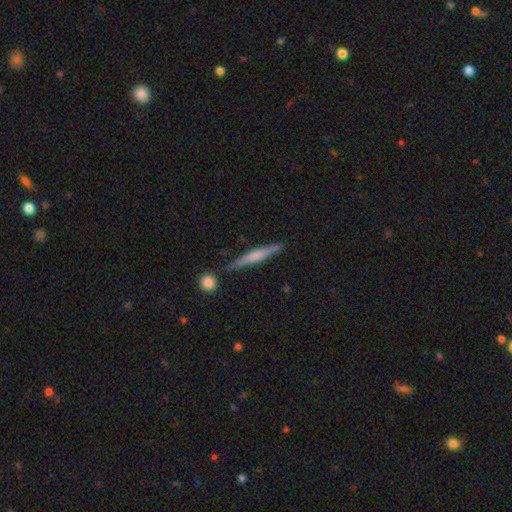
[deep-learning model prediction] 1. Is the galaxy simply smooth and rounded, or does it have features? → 47% featured or disk, 46% smooth, 6% star or artifact.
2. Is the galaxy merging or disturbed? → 84% none, 10% minor disturbance, 4% merger, 2% major disturbance.